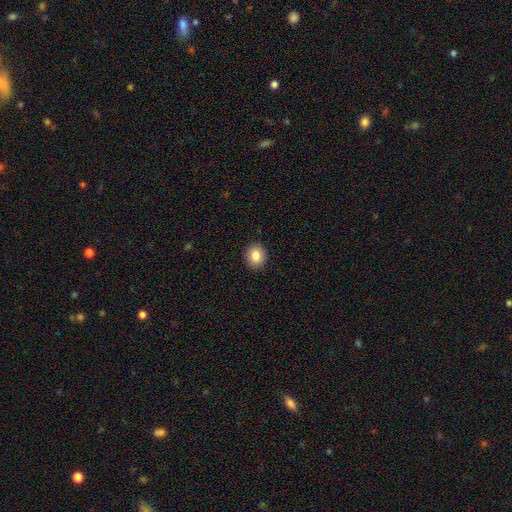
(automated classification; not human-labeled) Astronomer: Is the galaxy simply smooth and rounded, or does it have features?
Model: smooth — 85%.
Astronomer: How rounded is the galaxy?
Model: round — 79%.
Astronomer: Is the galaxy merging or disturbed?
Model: none — 92%.